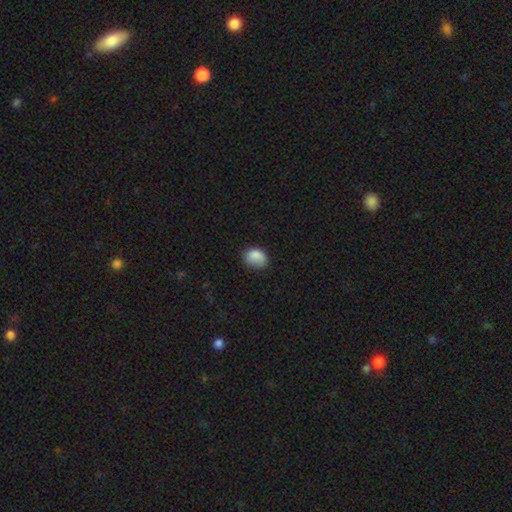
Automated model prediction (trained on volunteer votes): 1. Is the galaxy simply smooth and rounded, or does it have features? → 83% smooth, 9% star or artifact, 8% featured or disk.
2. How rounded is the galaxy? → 59% in between, 40% round, 1% cigar-shaped.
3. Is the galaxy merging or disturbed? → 55% none, 32% minor disturbance, 10% major disturbance, 3% merger.